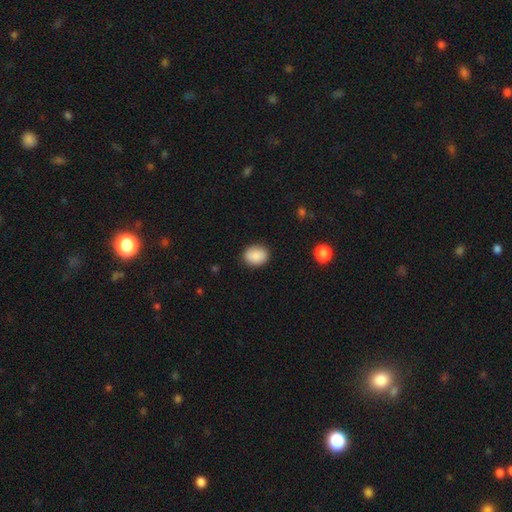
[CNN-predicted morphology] smooth-or-featured: smooth: 88% | star or artifact: 7% | featured or disk: 5%
  how-rounded: in between: 51% | round: 49% | cigar-shaped: 1%
  merging: none: 85% | minor disturbance: 11% | major disturbance: 2% | merger: 1%